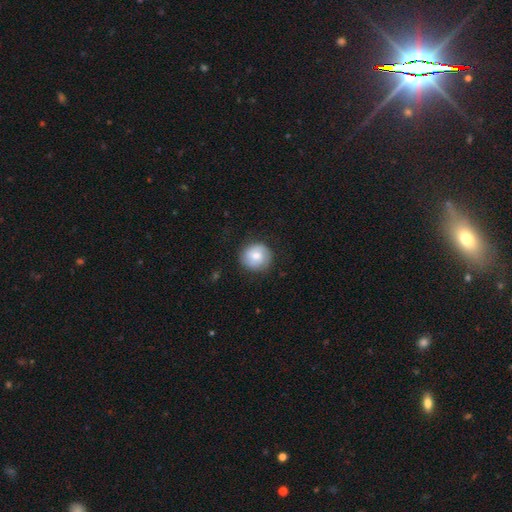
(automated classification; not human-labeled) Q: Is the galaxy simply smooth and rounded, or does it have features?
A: smooth — 69%.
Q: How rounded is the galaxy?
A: round — 92%.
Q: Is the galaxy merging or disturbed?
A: none — 83%.